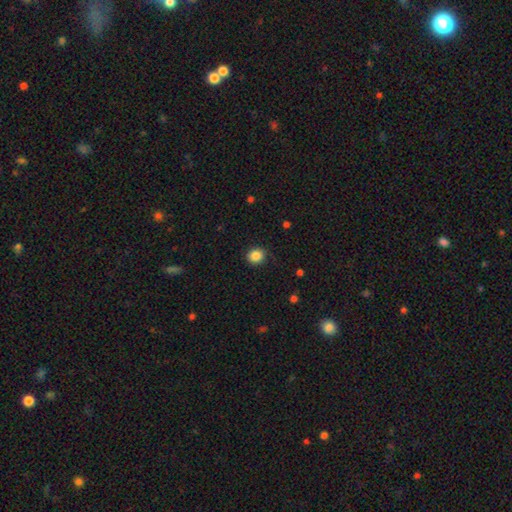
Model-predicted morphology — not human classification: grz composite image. It shows a smooth galaxy with no disk features (87%) that is round (76%). Merging: none (89%).